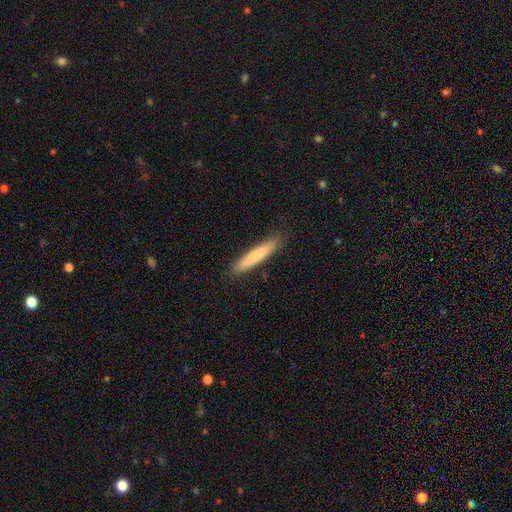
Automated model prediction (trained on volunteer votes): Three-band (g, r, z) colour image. It shows a smooth galaxy with no disk features (77%) that is cigar-shaped (94%). Merging: none (88%).